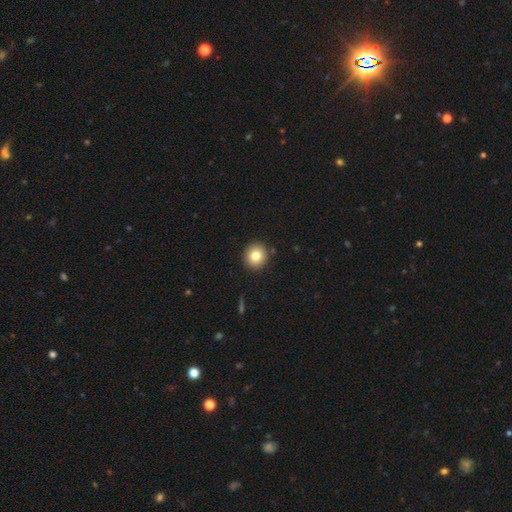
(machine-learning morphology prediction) smooth_or_featured: smooth (p=0.81) [alt: star or artifact p=0.10]
how_rounded: round (p=0.90) [alt: in between p=0.09]
merging: none (p=0.90) [alt: minor disturbance p=0.06]